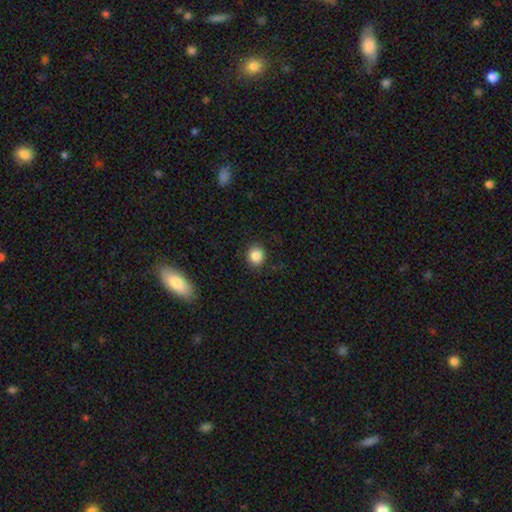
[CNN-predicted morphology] Smooth or featured? smooth (86%)
How rounded? round (85%)
Merging? none (89%)